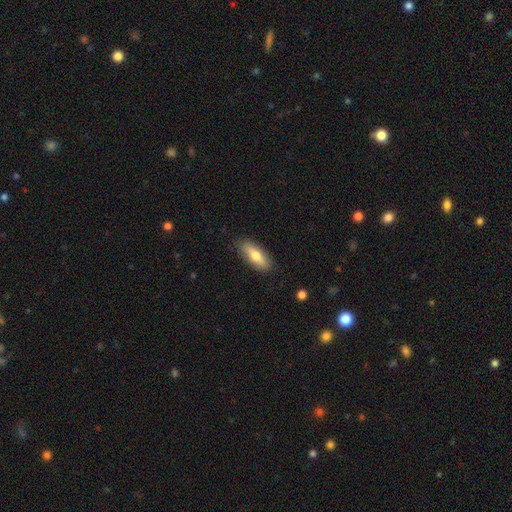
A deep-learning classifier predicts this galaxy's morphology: Overall: smooth (66%; featured or disk 28%). How rounded: in between (62%; cigar-shaped 35%). Merging: none (86%).